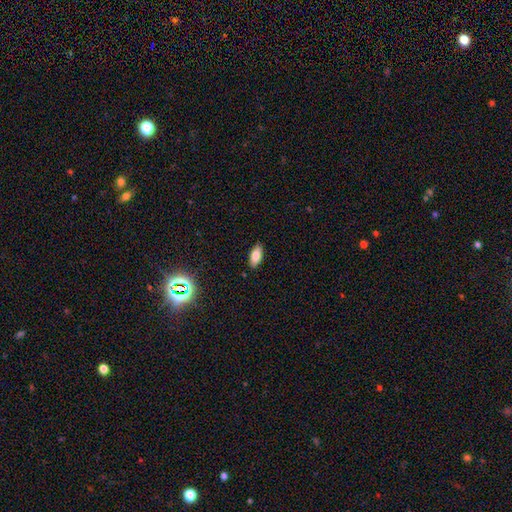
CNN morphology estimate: A smooth galaxy with no disk features (80%) that is in between round and cigar-shaped (86%). Merging: none (88%).